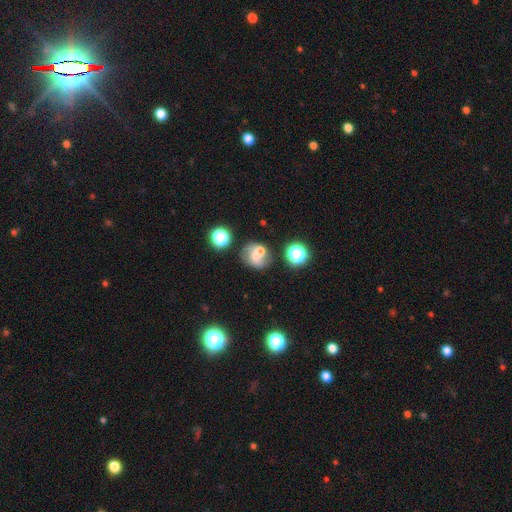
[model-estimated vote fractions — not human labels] smooth_or_featured: smooth (p=0.57) [alt: featured or disk p=0.28]
how_rounded: round (p=0.76) [alt: in between p=0.23]
merging: none (p=0.47) [alt: merger p=0.32]